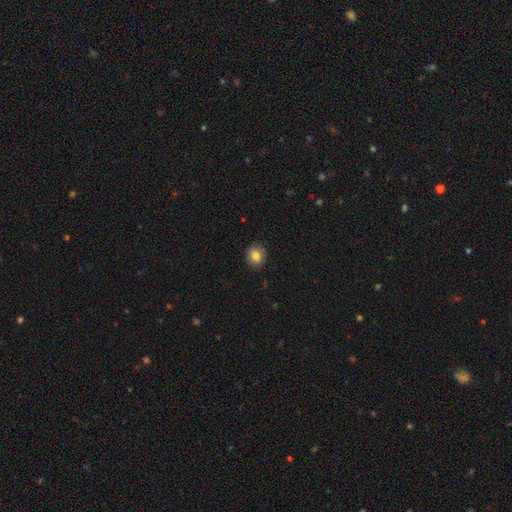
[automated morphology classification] smooth-or-featured: smooth: 84% | star or artifact: 9% | featured or disk: 7%
  how-rounded: round: 67% | in between: 32% | cigar-shaped: 1%
  merging: none: 88% | minor disturbance: 9% | major disturbance: 2% | merger: 1%